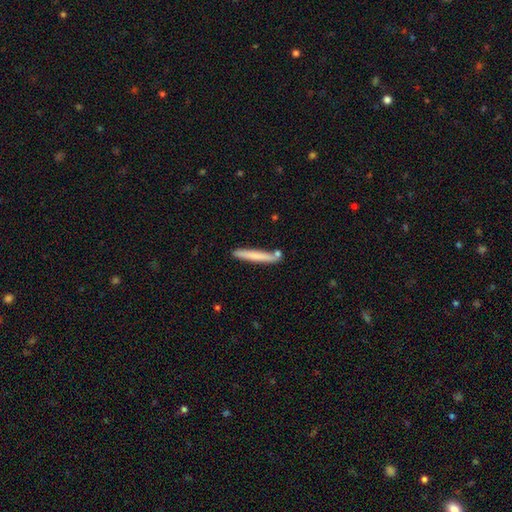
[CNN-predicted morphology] Smooth or featured? smooth (70%)
How rounded? cigar-shaped (96%)
Merging? none (80%)